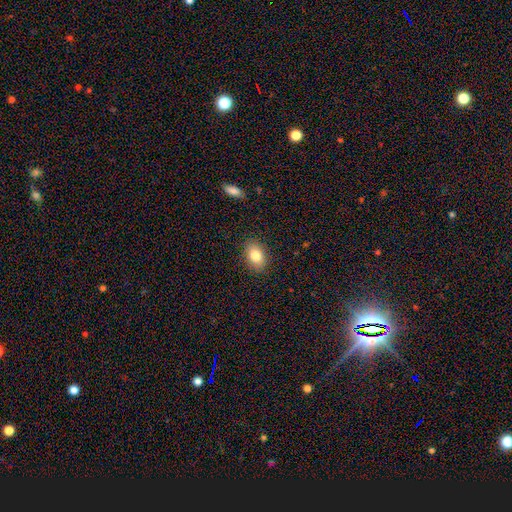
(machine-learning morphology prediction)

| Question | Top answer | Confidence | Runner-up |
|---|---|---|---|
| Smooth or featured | smooth | 82% | featured or disk (10%) |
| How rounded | in between | 86% | round (13%) |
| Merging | none | 88% | minor disturbance (9%) |